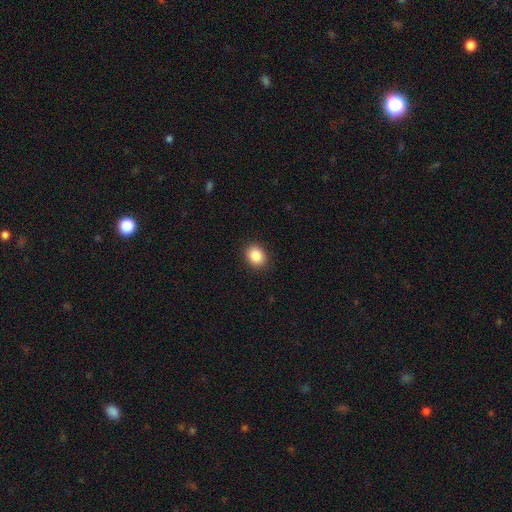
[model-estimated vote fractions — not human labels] Overall: smooth (87%). How rounded: round (56%; in between 43%). Merging: none (90%).